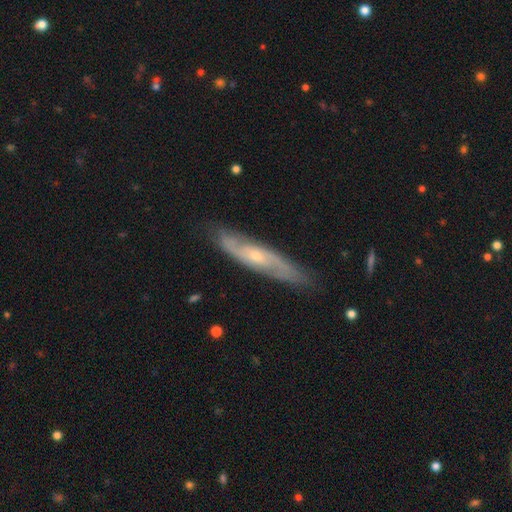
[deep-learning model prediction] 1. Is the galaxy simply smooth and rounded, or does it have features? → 74% featured or disk, 20% smooth, 6% star or artifact.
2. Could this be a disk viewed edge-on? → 68% no, 32% yes.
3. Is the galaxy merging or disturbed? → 79% none, 16% minor disturbance, 4% major disturbance, 2% merger.